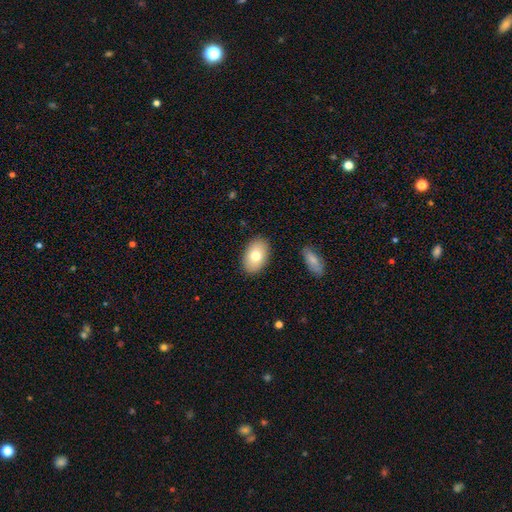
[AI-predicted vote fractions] Overall: smooth (75%). How rounded: in between (89%). Merging: none (88%).